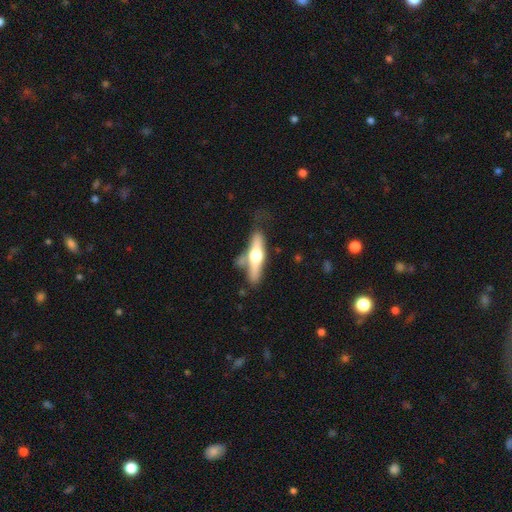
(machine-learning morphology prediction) Smooth or featured? featured or disk (55%)
Edge-on disk? yes (89%)
Merging? none (56%)